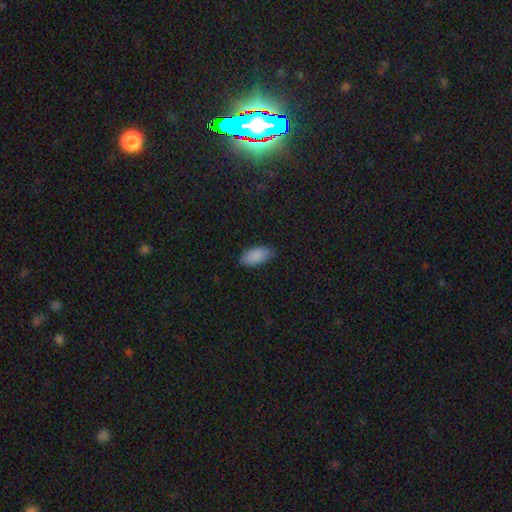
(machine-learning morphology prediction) Smooth or featured?
  - smooth: 89% *
  - star or artifact: 7%
  - featured or disk: 4%
How rounded?
  - in between: 92% *
  - cigar-shaped: 5%
  - round: 2%
Merging?
  - none: 79% *
  - minor disturbance: 17%
  - major disturbance: 3%
  - merger: 1%